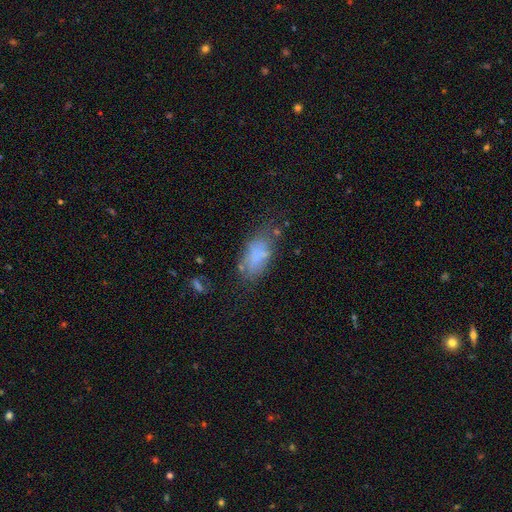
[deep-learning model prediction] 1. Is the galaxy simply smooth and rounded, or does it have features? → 65% smooth, 23% featured or disk, 12% star or artifact.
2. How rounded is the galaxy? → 88% in between, 8% cigar-shaped, 4% round.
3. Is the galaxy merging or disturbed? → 51% none, 27% minor disturbance, 16% major disturbance, 7% merger.